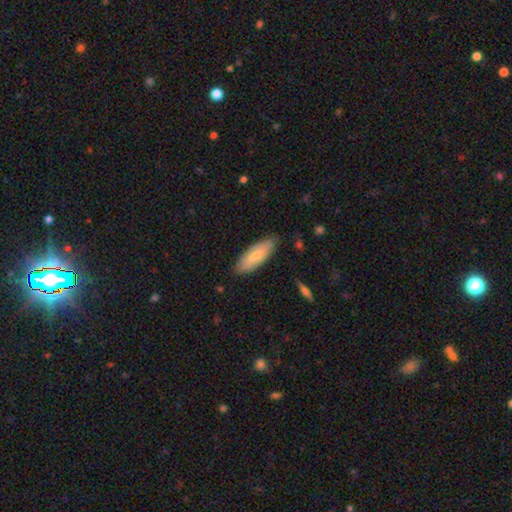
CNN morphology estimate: smooth-or-featured: smooth: 72% | featured or disk: 23% | star or artifact: 5%
  how-rounded: in between: 68% | cigar-shaped: 31% | round: 2%
  merging: none: 82% | minor disturbance: 14% | major disturbance: 2% | merger: 1%